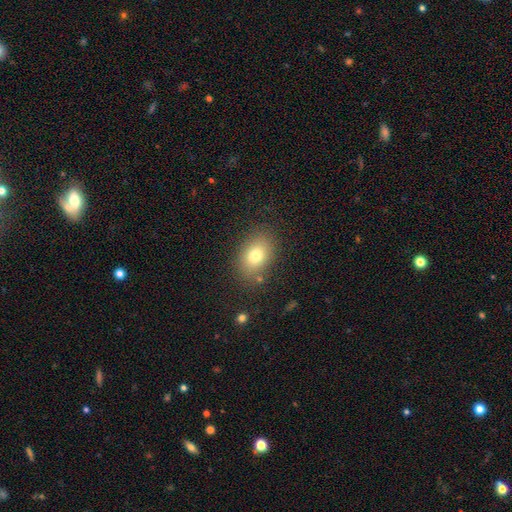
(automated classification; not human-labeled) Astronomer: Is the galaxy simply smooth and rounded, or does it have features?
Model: smooth — 77%.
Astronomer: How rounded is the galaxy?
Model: in between — 74%.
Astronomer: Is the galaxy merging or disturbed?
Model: none — 82%.